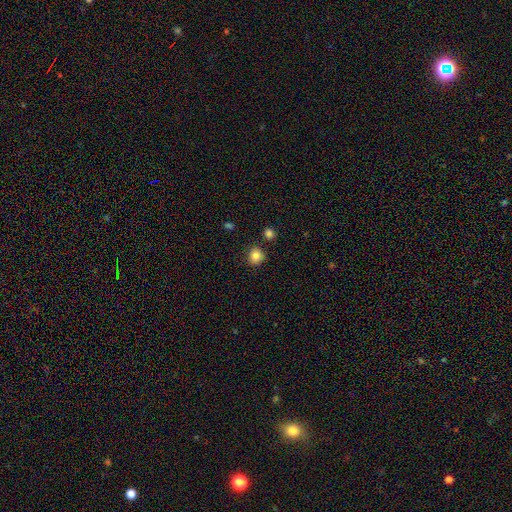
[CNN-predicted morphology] A smooth galaxy with no disk features (84%) that is round (84%).

Vote fractions:
- Smooth or featured? smooth: 84% / star or artifact: 11% / featured or disk: 5%
- How rounded? round: 84% / in between: 15% / cigar-shaped: 1%
- Merging? none: 83% / minor disturbance: 10% / merger: 4% / major disturbance: 2%